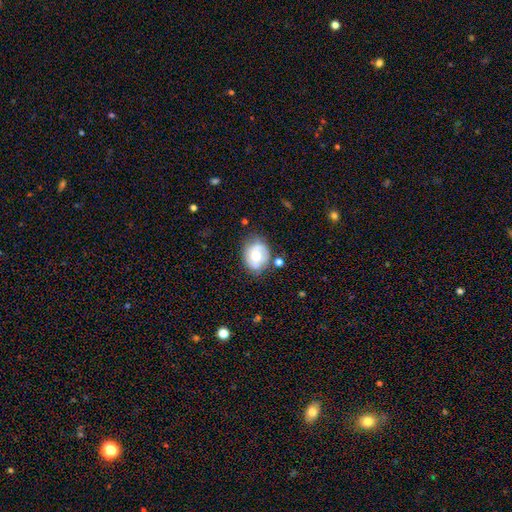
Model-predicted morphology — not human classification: smooth_or_featured: smooth (p=0.52) [alt: featured or disk p=0.39]
how_rounded: round (p=0.60) [alt: in between p=0.39]
merging: none (p=0.64) [alt: minor disturbance p=0.23]